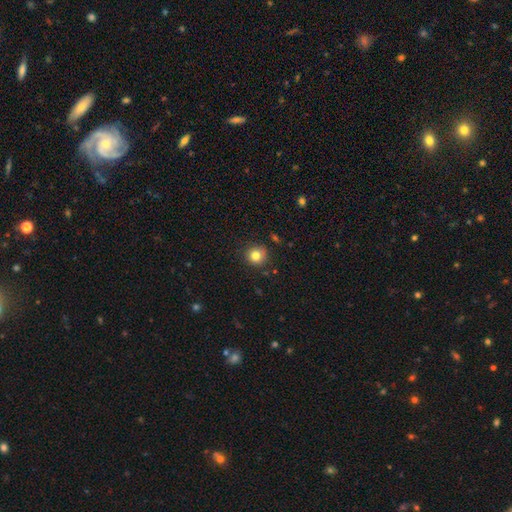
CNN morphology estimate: Smooth or featured? Predicted: smooth (p=0.81). How rounded? Predicted: round (p=0.93). Merging? Predicted: none (p=0.87).